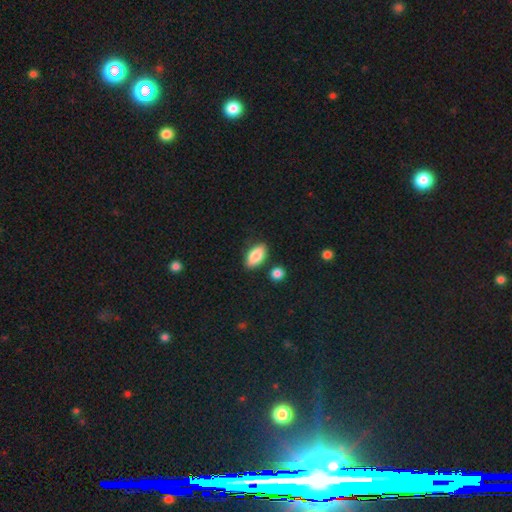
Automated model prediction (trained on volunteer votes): A smooth galaxy with no disk features (85%) that is in between round and cigar-shaped (90%).

Vote fractions:
- Smooth or featured? smooth: 85% / featured or disk: 8% / star or artifact: 7%
- How rounded? in between: 90% / cigar-shaped: 6% / round: 4%
- Merging? none: 81% / minor disturbance: 12% / merger: 5% / major disturbance: 3%